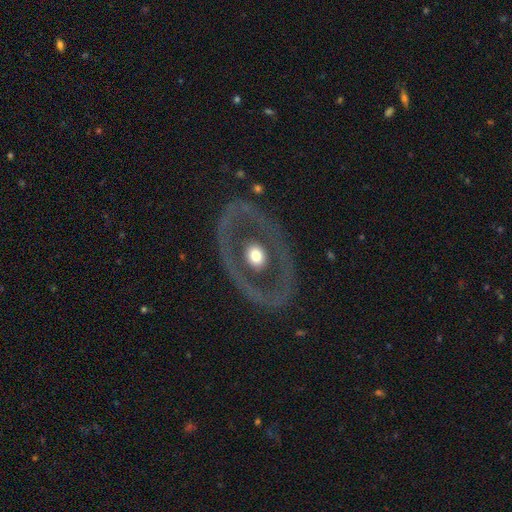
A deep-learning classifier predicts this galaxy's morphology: Q: Smooth or featured?
A: featured or disk (58%); runner-up: smooth (37%)
Q: Edge-on disk?
A: no (91%); runner-up: yes (9%)
Q: Bar?
A: no (90%); runner-up: weak (6%)
Q: Spiral arms?
A: no (88%); runner-up: yes (12%)
Q: Bulge size?
A: moderate (62%); runner-up: large (27%)
Q: Merging?
A: none (78%); runner-up: minor disturbance (11%)